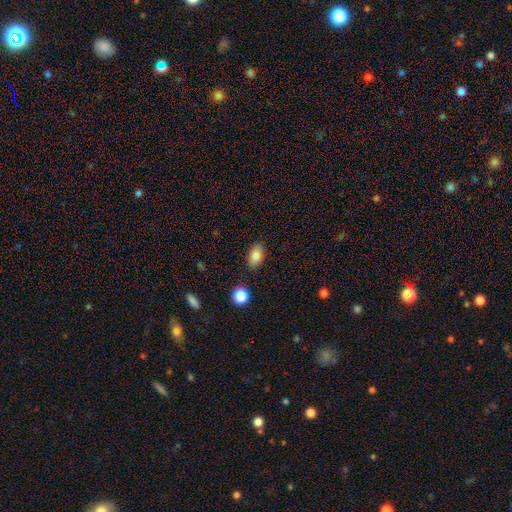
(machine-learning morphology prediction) The model was most divided on "merging": none: 85%, minor disturbance: 11%, major disturbance: 3%, merger: 2%. More confident: how rounded — in between (88%); smooth or featured — smooth (84%).